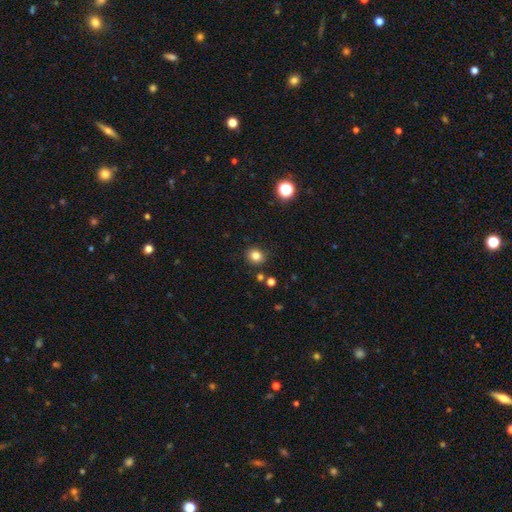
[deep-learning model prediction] This is clearly a smooth galaxy (82%). How rounded: likely round (78%). Merging: clearly none (86%).